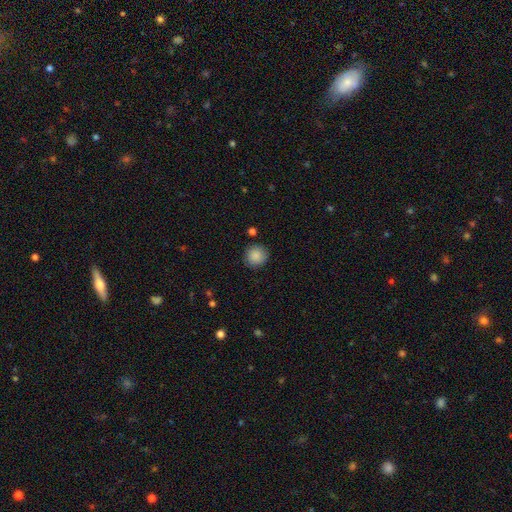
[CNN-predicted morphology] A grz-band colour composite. It shows a smooth galaxy with no disk features (88%) that is round (93%). Merging: none (88%).